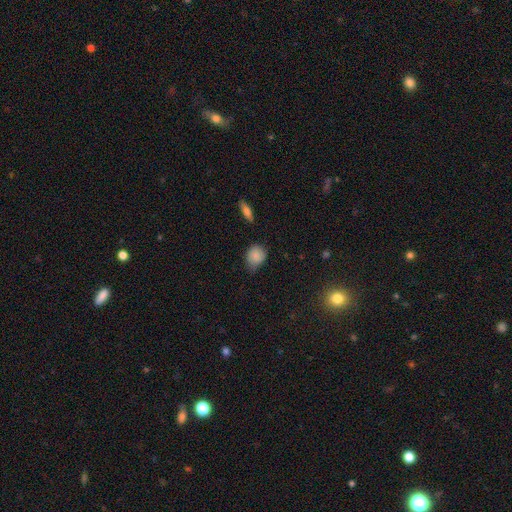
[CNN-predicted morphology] smooth 85%, star or artifact 9%, featured or disk 6%. Down the decision tree: how rounded — round (62%); merging — none (51%).